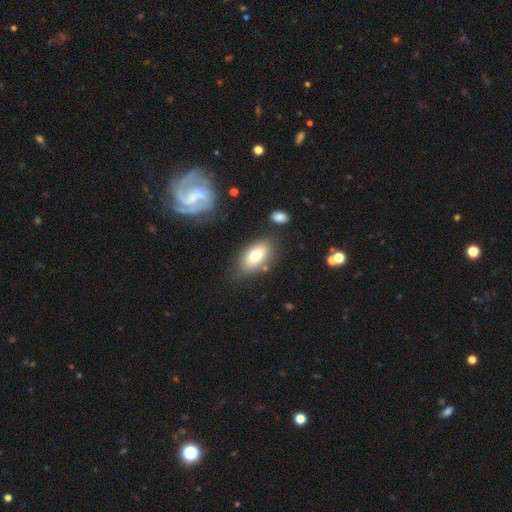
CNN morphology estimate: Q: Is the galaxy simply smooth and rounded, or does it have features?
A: smooth — 73%.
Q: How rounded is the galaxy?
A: in between — 90%.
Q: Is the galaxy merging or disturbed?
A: none — 74%.